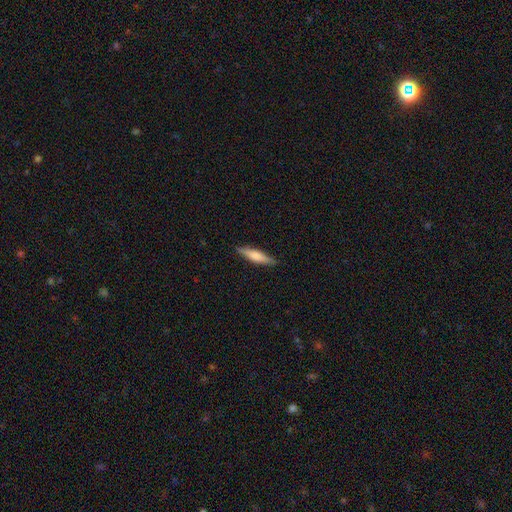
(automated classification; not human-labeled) Smooth or featured? smooth (59%)
How rounded? cigar-shaped (81%)
Merging? none (89%)